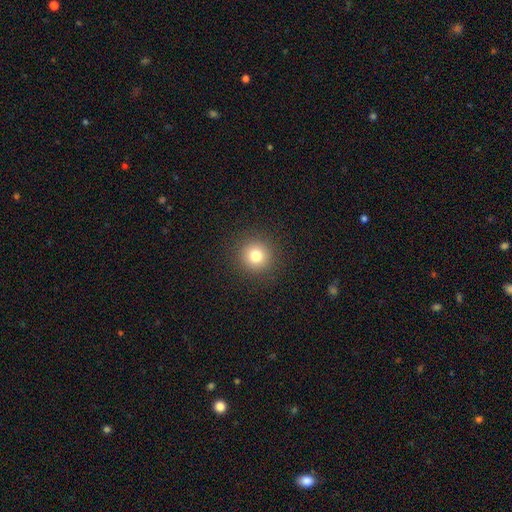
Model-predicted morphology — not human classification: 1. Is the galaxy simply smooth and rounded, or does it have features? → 79% smooth, 13% star or artifact, 8% featured or disk.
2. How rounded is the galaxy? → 95% round, 4% in between, 1% cigar-shaped.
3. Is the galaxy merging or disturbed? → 91% none, 5% minor disturbance, 2% major disturbance, 1% merger.